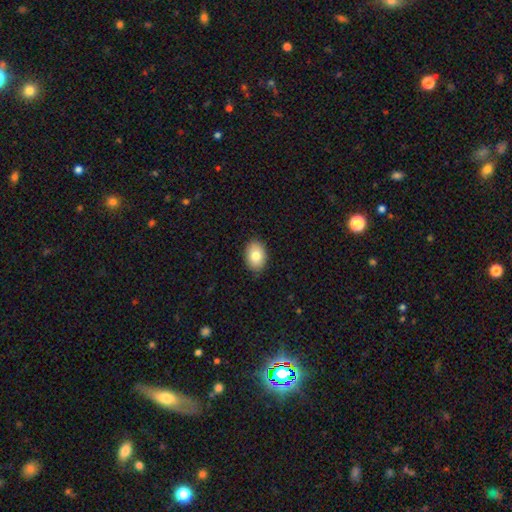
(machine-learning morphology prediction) Smooth or featured: smooth — 81% (featured or disk — 12%)
How rounded: in between — 82% (round — 17%)
Merging: none — 86% (minor disturbance — 11%)